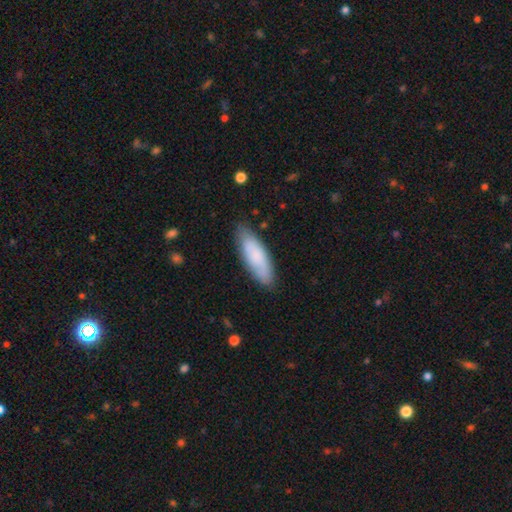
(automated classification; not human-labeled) Overall: smooth (77%). How rounded: in between (55%; cigar-shaped 43%). Merging: none (82%).